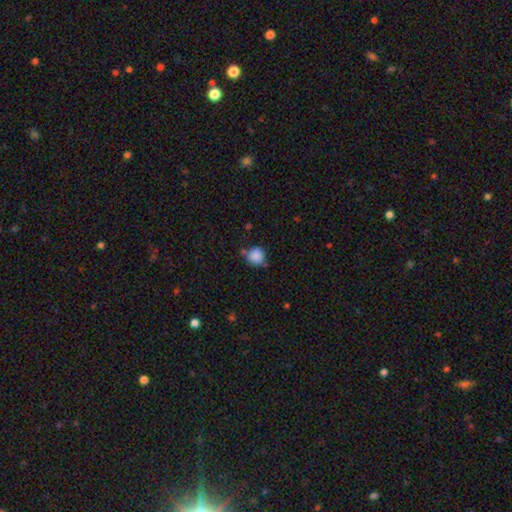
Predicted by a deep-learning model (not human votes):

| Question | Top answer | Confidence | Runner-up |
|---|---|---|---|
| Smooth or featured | smooth | 85% | star or artifact (10%) |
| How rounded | round | 89% | in between (10%) |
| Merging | none | 60% | minor disturbance (24%) |